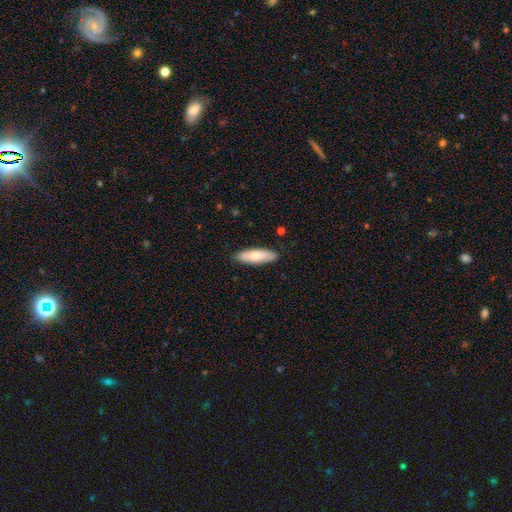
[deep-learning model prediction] smooth_or_featured: smooth (p=0.73) [alt: featured or disk p=0.22]
how_rounded: in between (p=0.55) [alt: cigar-shaped p=0.43]
merging: none (p=0.87) [alt: minor disturbance p=0.10]